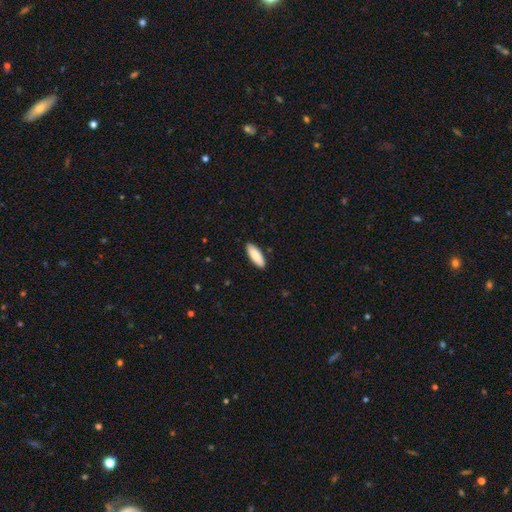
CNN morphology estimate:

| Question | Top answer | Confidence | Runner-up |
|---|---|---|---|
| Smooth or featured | smooth | 84% | featured or disk (10%) |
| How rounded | in between | 64% | cigar-shaped (34%) |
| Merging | none | 89% | minor disturbance (8%) |